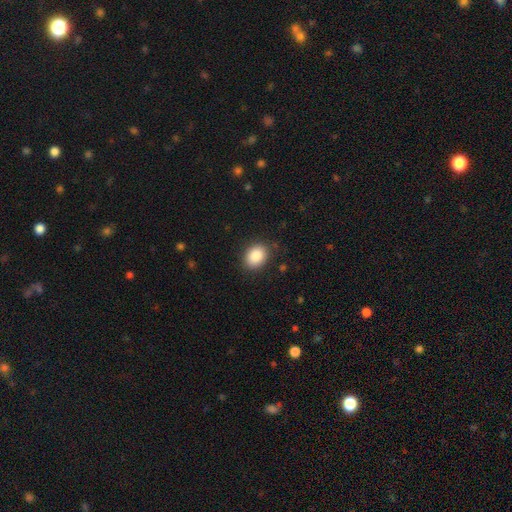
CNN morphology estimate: The model was most divided on "how rounded": in between: 61%, round: 38%, cigar-shaped: 1%. More confident: smooth or featured — smooth (87%); merging — none (87%).